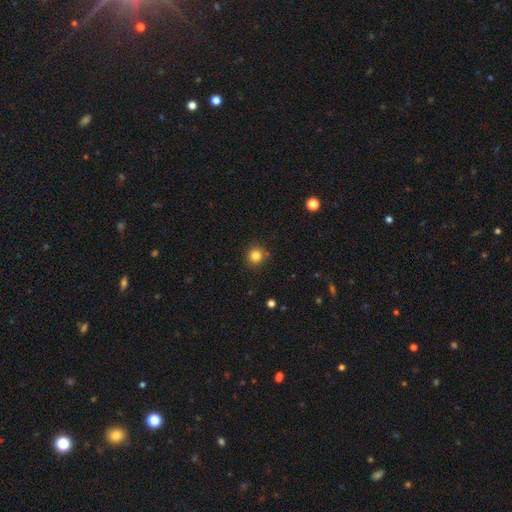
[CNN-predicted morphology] Q: Smooth or featured?
A: smooth (83%); runner-up: star or artifact (12%)
Q: How rounded?
A: round (92%); runner-up: in between (7%)
Q: Merging?
A: none (87%); runner-up: minor disturbance (8%)